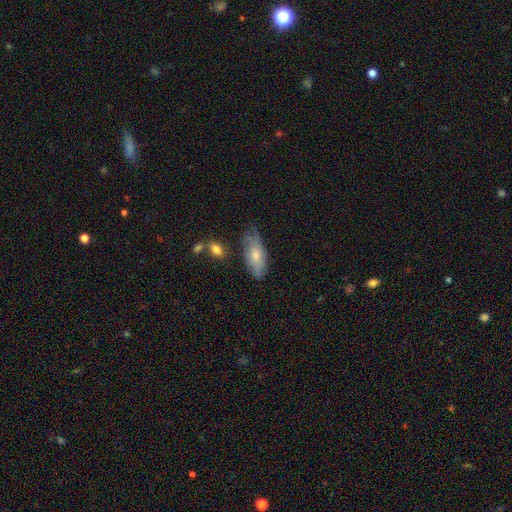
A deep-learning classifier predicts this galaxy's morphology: This is likely a smooth galaxy (64%). How rounded: clearly in between (84%). Merging: possibly none (59%).